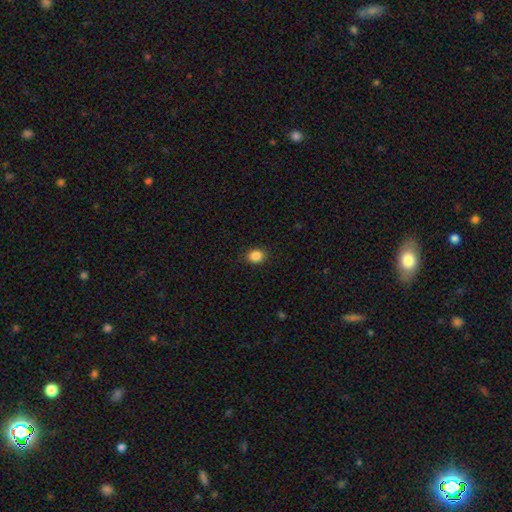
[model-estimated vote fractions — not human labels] Smooth or featured? Predicted: smooth (p=0.86). How rounded? Predicted: round (p=0.61). Merging? Predicted: none (p=0.89).